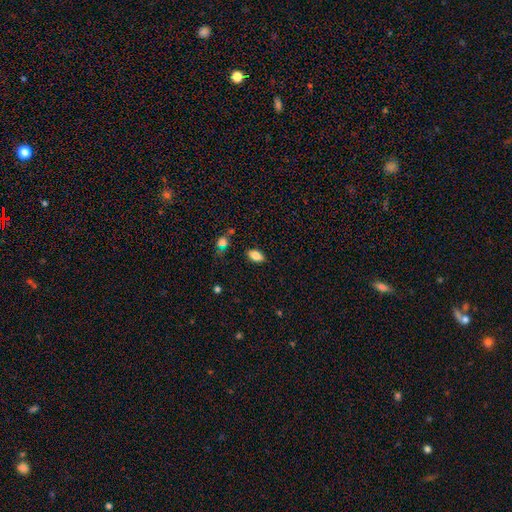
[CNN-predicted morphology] A smooth galaxy with no disk features (81%) that is in between round and cigar-shaped (90%). Merging: none (85%).